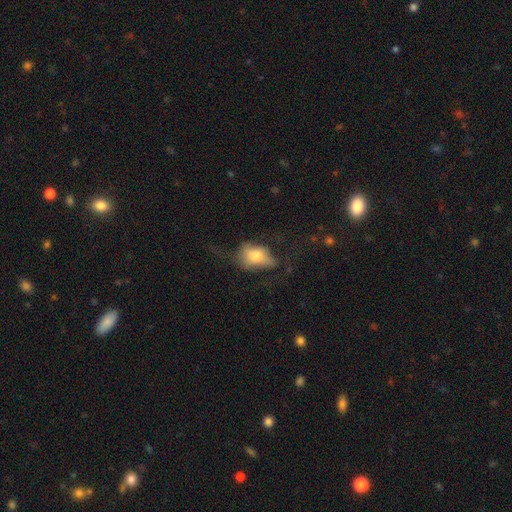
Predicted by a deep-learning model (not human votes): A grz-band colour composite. It shows a smooth galaxy with no disk features (63%) that is in between round and cigar-shaped (81%). Merging: none (37%).